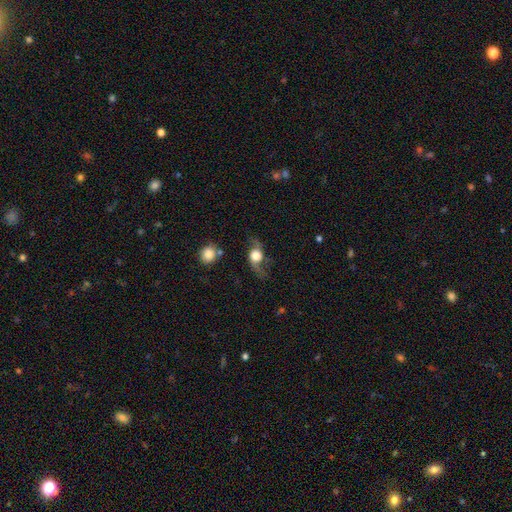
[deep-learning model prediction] Q: Smooth or featured?
A: featured or disk (60%); runner-up: smooth (31%)
Q: Edge-on disk?
A: no (80%); runner-up: yes (20%)
Q: Merging?
A: none (56%); runner-up: major disturbance (22%)